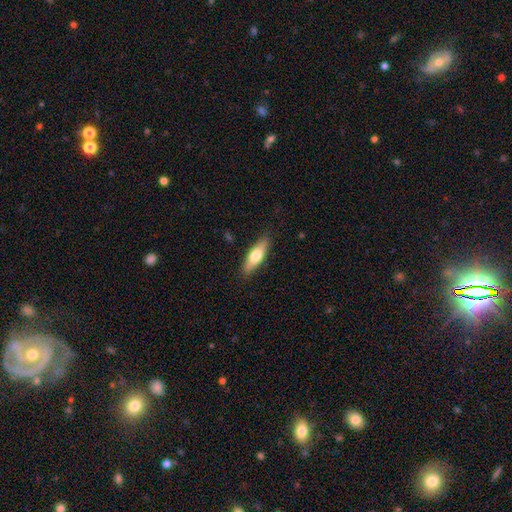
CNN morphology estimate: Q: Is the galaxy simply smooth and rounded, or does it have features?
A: smooth — 63%.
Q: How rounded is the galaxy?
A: cigar-shaped — 49%, tied with in between.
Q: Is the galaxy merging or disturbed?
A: none — 87%.